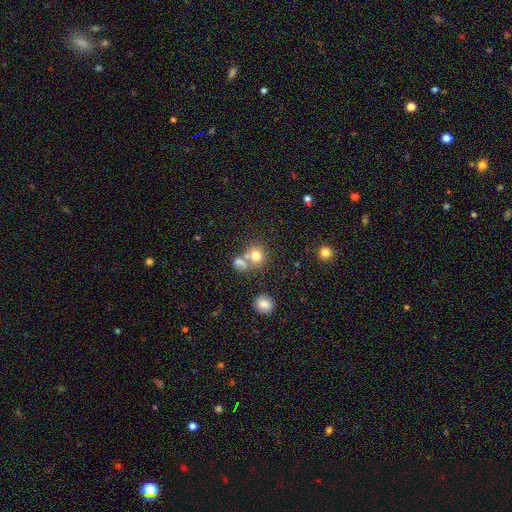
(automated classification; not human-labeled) smooth 74%, star or artifact 15%, featured or disk 11%. Down the decision tree: how rounded — round (82%); merging — none (54%).